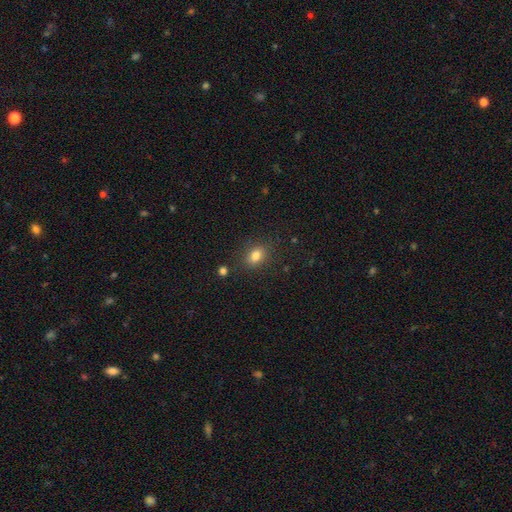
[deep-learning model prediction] Smooth or featured? Predicted: smooth (p=0.81). How rounded? Predicted: in between (p=0.60). Merging? Predicted: none (p=0.82).